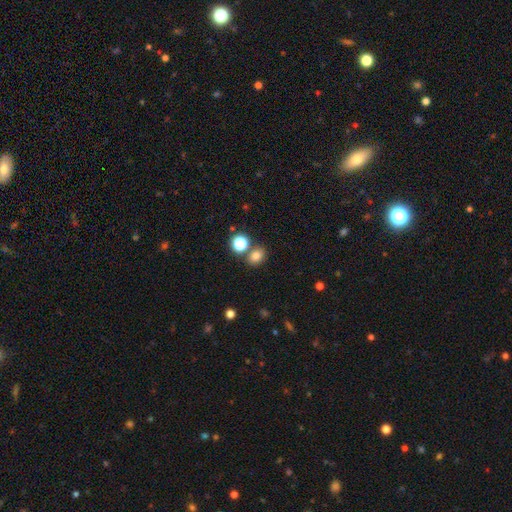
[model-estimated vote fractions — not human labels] Morphology: type=smooth (78%); roundness=round (51%); merging=none (72%).